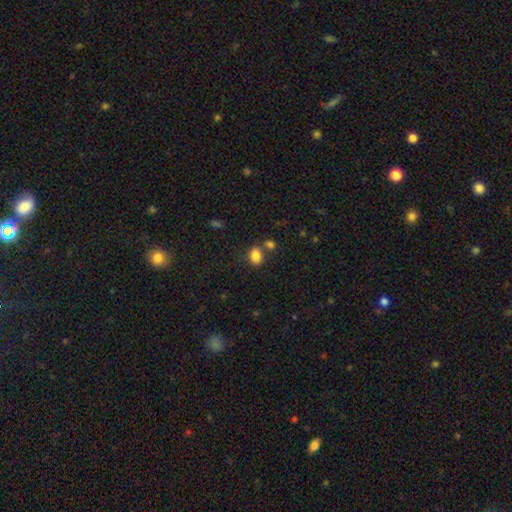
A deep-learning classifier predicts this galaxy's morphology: Smooth or featured?
  - smooth: 84% *
  - star or artifact: 10%
  - featured or disk: 6%
How rounded?
  - in between: 68% *
  - round: 31%
  - cigar-shaped: 1%
Merging?
  - none: 63% *
  - merger: 21%
  - minor disturbance: 12%
  - major disturbance: 4%